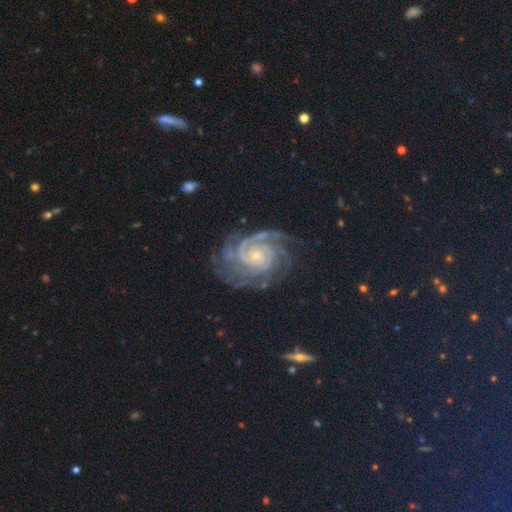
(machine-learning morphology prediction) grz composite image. It shows a featured or disk galaxy (89%) with no bar (73%), 3 (24%) tight (75%) spiral arms (99%) and a small central bulge (75%). Merging: none (75%).